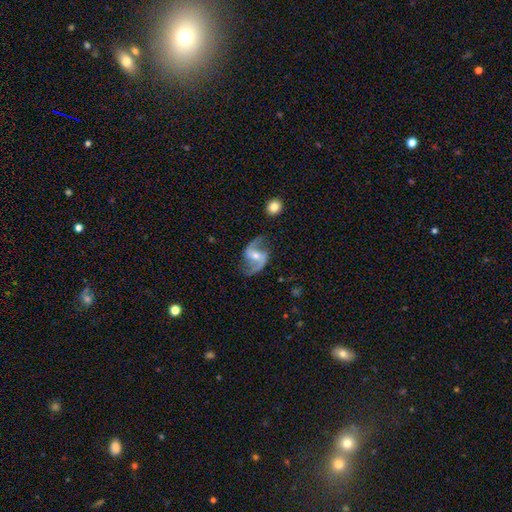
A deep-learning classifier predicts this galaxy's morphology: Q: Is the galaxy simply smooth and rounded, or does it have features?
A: featured or disk — 89%.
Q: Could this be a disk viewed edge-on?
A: no — 97%.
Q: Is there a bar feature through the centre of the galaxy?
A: weak — 43%.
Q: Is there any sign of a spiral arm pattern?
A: yes — 97%.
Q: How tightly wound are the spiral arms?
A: loose — 64%.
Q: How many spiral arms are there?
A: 2 — 94%.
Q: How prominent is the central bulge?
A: moderate — 51%.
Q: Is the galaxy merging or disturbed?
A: none — 77%.